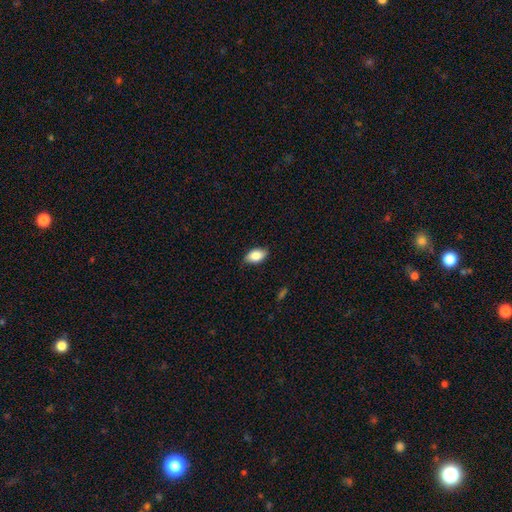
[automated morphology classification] Smooth or featured: smooth — 83% (featured or disk — 10%)
How rounded: in between — 91% (round — 6%)
Merging: none — 80% (minor disturbance — 16%)